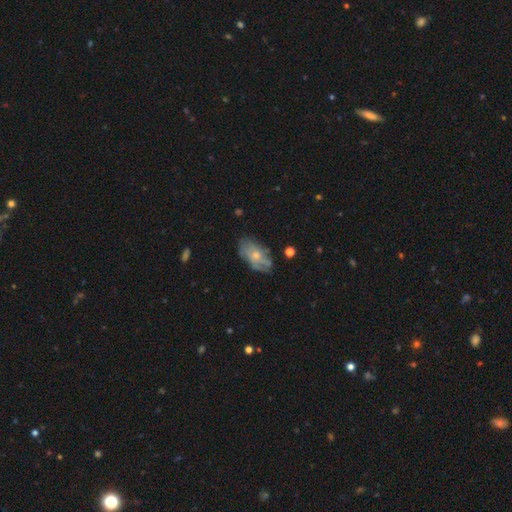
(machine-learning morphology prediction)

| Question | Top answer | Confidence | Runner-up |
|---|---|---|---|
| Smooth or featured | featured or disk | 47% | smooth (45%) |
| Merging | none | 60% | minor disturbance (27%) |